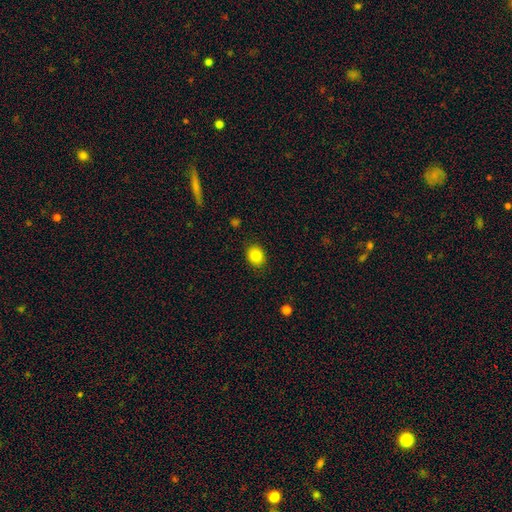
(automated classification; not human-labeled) Smooth or featured?
  - smooth: 85% *
  - star or artifact: 10%
  - featured or disk: 5%
How rounded?
  - round: 63% *
  - in between: 36%
  - cigar-shaped: 1%
Merging?
  - none: 88% *
  - minor disturbance: 9%
  - major disturbance: 2%
  - merger: 1%